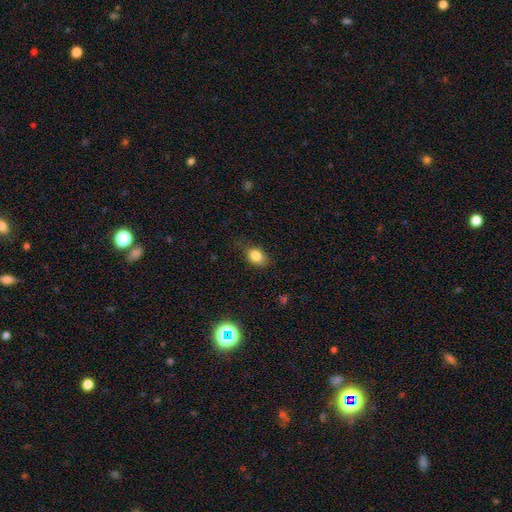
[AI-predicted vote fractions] smooth_or_featured: smooth (p=0.83) [alt: star or artifact p=0.10]
how_rounded: in between (p=0.74) [alt: round p=0.24]
merging: none (p=0.71) [alt: minor disturbance p=0.22]